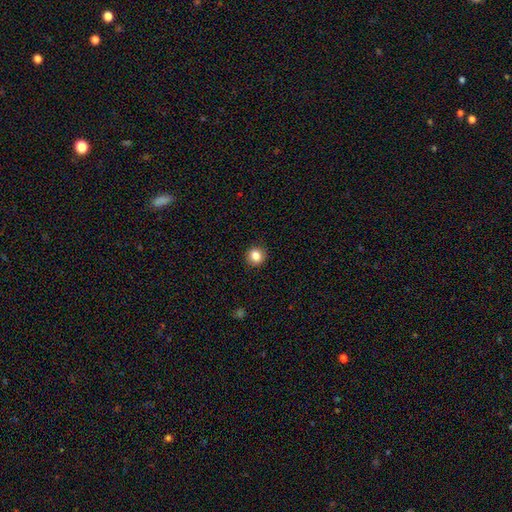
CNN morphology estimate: This is clearly a smooth galaxy (83%). How rounded: clearly round (87%). Merging: clearly none (91%).